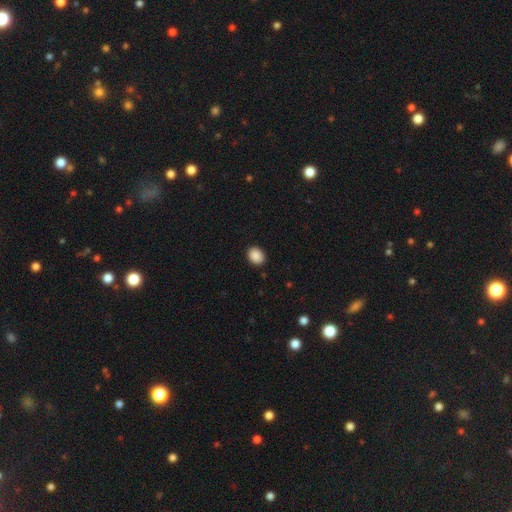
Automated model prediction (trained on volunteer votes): A smooth galaxy with no disk features (89%) that is in between round and cigar-shaped (53%).

Vote fractions:
- Smooth or featured? smooth: 89% / star or artifact: 8% / featured or disk: 2%
- How rounded? in between: 53% / round: 46% / cigar-shaped: 1%
- Merging? none: 90% / minor disturbance: 7% / major disturbance: 2% / merger: 1%